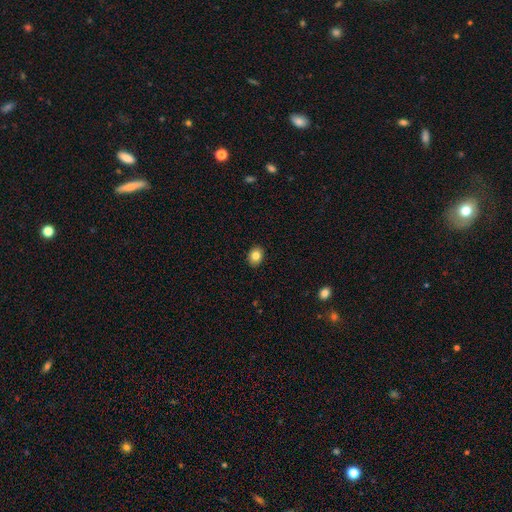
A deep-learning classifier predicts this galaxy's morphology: smooth-or-featured: smooth: 84% | star or artifact: 9% | featured or disk: 7%
  how-rounded: in between: 59% | round: 40% | cigar-shaped: 1%
  merging: none: 90% | minor disturbance: 7% | major disturbance: 2% | merger: 1%